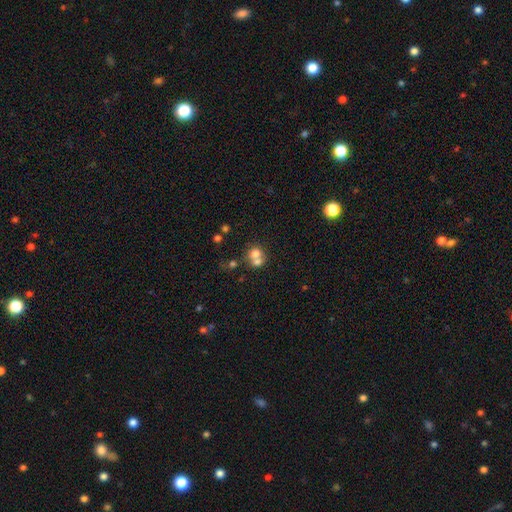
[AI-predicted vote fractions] The model was most divided on "merging": merger: 59%, none: 31%, minor disturbance: 6%, major disturbance: 4%. More confident: how rounded — round (77%); smooth or featured — smooth (68%).